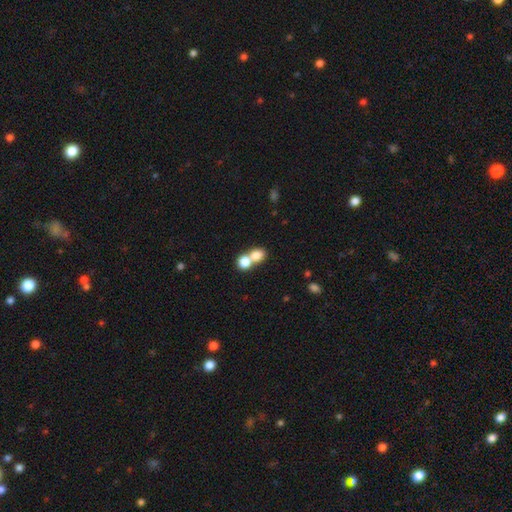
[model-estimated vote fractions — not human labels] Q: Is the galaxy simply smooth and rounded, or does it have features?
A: smooth — 77%.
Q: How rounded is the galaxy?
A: round — 57%.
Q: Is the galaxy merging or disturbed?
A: merger — 63%.